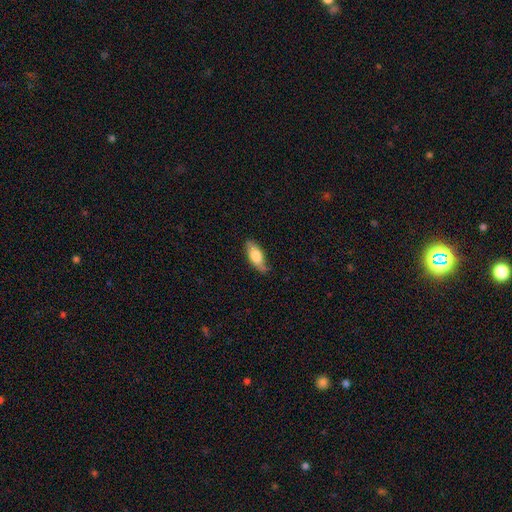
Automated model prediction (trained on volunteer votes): Smooth or featured: smooth — 69% (featured or disk — 25%)
How rounded: in between — 74% (cigar-shaped — 24%)
Merging: none — 73% (minor disturbance — 22%)